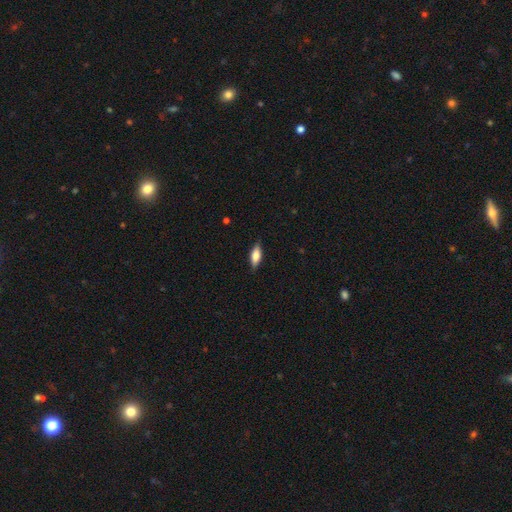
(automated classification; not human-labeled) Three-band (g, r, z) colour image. It shows a smooth galaxy with no disk features (66%) that is in between round and cigar-shaped (70%). Merging: none (83%).